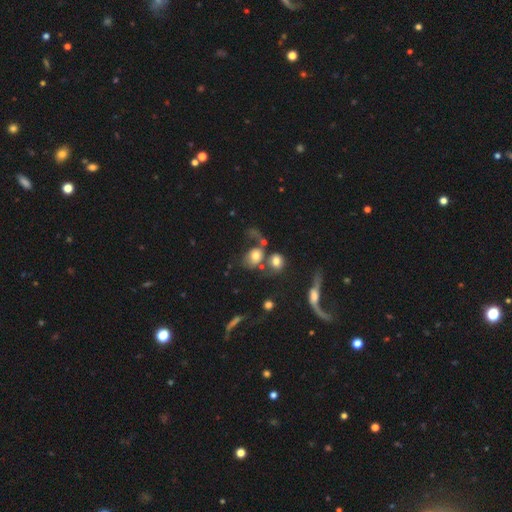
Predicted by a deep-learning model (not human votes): smooth_or_featured: smooth (p=0.62) [alt: featured or disk p=0.27]
how_rounded: round (p=0.52) [alt: in between p=0.46]
merging: merger (p=0.37) [alt: none p=0.27]